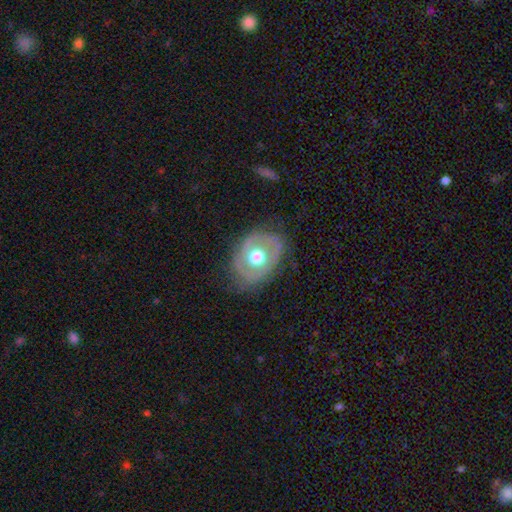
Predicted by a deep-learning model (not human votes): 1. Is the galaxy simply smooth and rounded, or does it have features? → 63% featured or disk, 29% smooth, 8% star or artifact.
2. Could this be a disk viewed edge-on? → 94% no, 6% yes.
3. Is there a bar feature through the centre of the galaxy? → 77% no, 16% weak, 7% strong.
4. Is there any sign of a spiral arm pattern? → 58% no, 42% yes.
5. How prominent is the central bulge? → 70% moderate, 22% large, 5% small, 2% dominant, 1% none.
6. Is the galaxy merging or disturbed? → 75% none, 18% minor disturbance, 6% major disturbance, 1% merger.